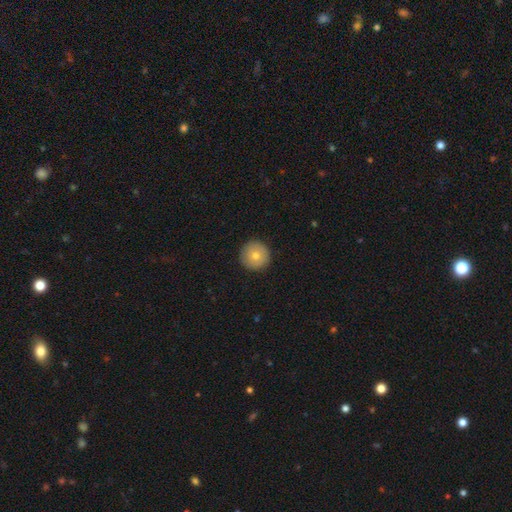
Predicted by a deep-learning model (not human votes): This appears to be a smooth galaxy with no disk features (77%) that is round (96%). Merging: none (92%).